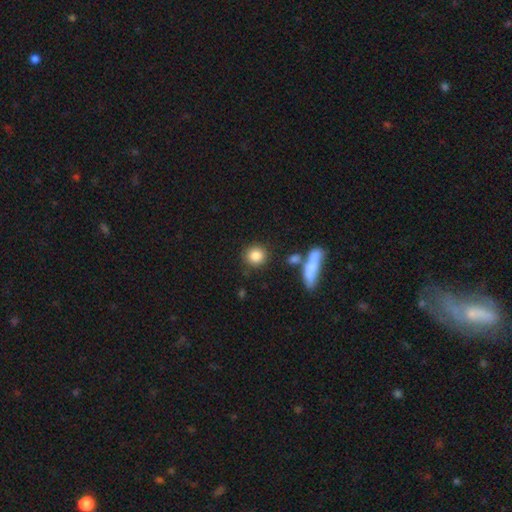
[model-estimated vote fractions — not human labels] The model was most divided on "how rounded": round: 81%, in between: 17%, cigar-shaped: 2%. More confident: smooth or featured — smooth (85%); merging — none (79%).